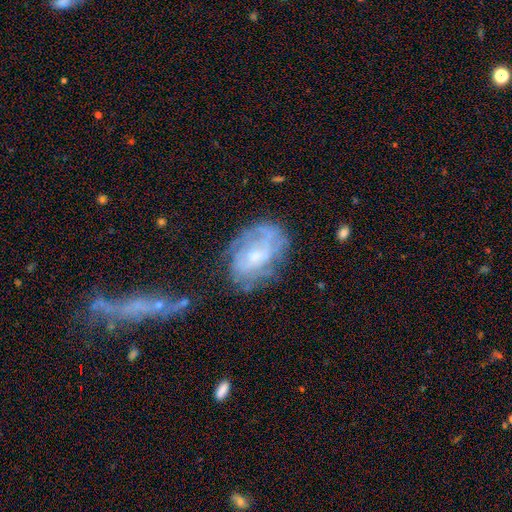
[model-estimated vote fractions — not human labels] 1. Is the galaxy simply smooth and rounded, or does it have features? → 65% featured or disk, 26% smooth, 9% star or artifact.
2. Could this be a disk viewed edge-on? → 96% no, 4% yes.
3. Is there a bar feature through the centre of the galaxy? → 63% no, 31% weak, 6% strong.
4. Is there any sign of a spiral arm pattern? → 67% yes, 33% no.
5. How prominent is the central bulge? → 40% small, 38% moderate, 15% none, 6% large, 2% dominant.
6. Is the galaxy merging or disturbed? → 56% none, 24% minor disturbance, 15% major disturbance, 5% merger.